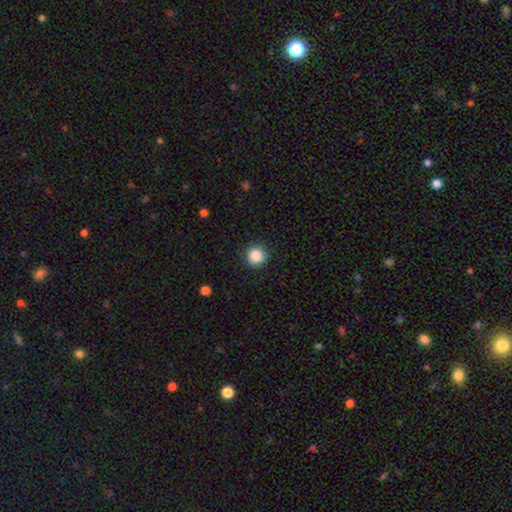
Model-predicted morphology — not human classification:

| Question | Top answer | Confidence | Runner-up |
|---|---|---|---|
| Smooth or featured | smooth | 88% | star or artifact (9%) |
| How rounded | round | 95% | in between (4%) |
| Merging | none | 92% | minor disturbance (5%) |